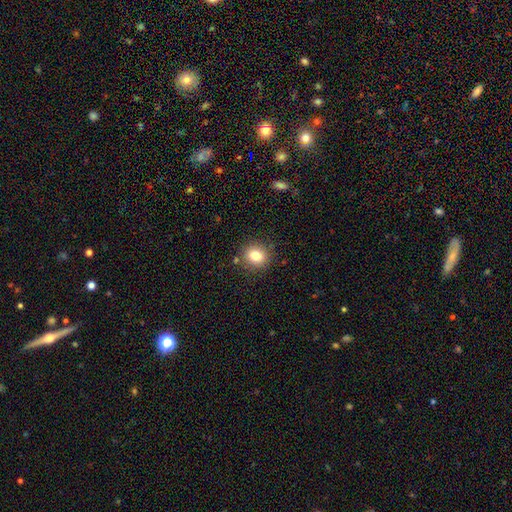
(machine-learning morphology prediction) Overall: smooth (81%). How rounded: round (76%). Merging: none (86%).